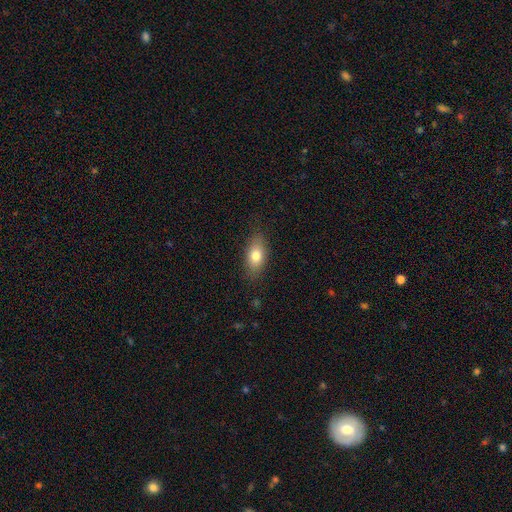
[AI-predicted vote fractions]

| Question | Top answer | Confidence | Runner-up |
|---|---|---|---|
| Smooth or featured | smooth | 78% | featured or disk (14%) |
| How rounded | in between | 86% | cigar-shaped (7%) |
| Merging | none | 83% | minor disturbance (12%) |